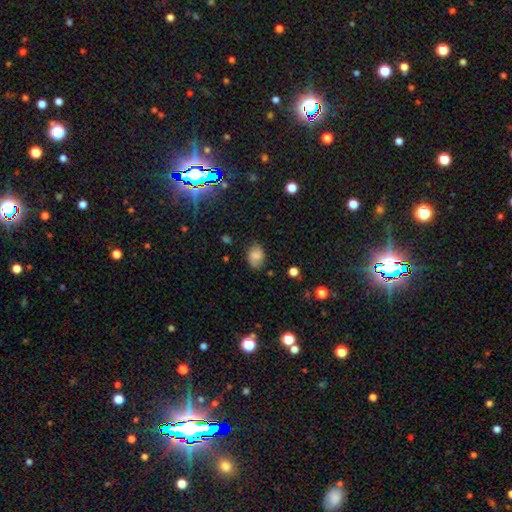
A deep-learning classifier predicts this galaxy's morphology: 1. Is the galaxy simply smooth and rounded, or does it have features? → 81% smooth, 10% featured or disk, 9% star or artifact.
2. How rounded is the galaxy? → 74% in between, 25% round, 1% cigar-shaped.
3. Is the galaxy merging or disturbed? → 77% none, 18% minor disturbance, 4% major disturbance, 2% merger.